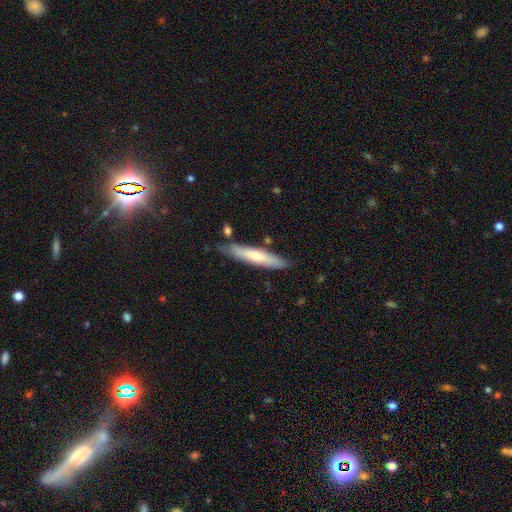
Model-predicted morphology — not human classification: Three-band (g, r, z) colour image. It shows a featured or disk galaxy (47%). Merging: none (83%).